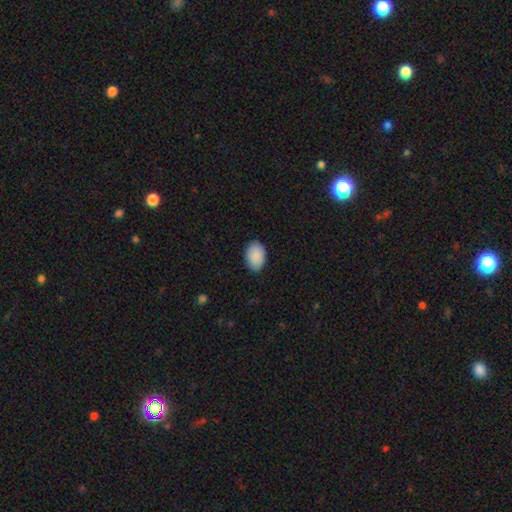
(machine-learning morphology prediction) This appears to be a smooth galaxy with no disk features (91%) that is in between round and cigar-shaped (88%). Merging: none (87%).